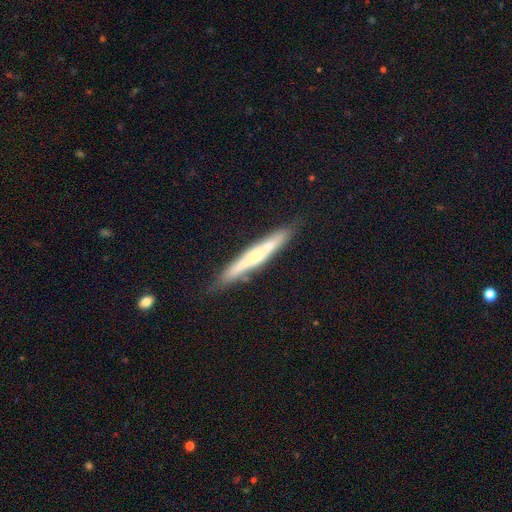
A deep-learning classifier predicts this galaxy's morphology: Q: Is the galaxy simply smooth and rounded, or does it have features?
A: featured or disk — 60%.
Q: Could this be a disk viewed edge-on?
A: yes — 88%.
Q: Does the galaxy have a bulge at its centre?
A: rounded — 63%.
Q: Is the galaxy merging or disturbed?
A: none — 80%.